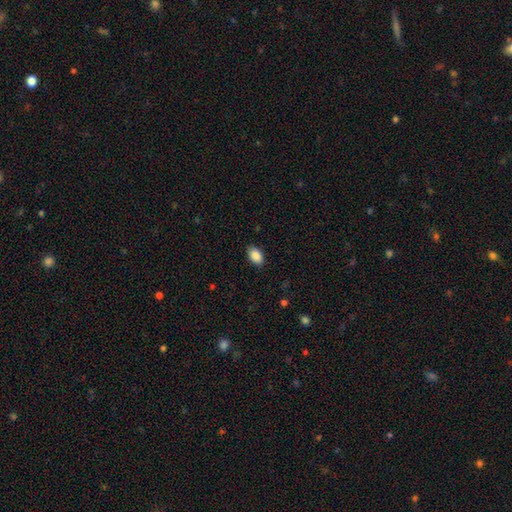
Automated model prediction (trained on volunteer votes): This appears to be a smooth galaxy with no disk features (89%) that is in between round and cigar-shaped (88%). Merging: none (86%).